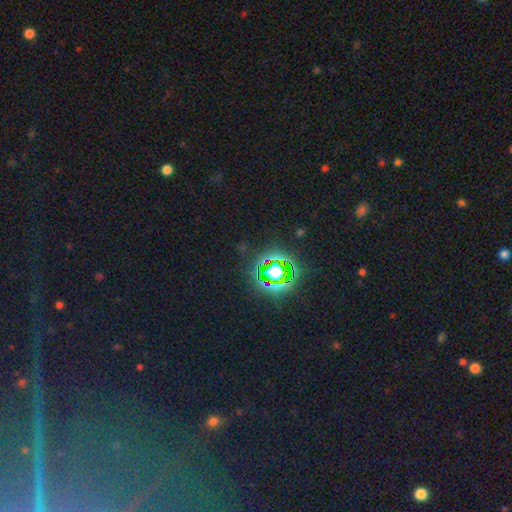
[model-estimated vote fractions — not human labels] smooth-or-featured: star or artifact: 81% | smooth: 12% | featured or disk: 7%